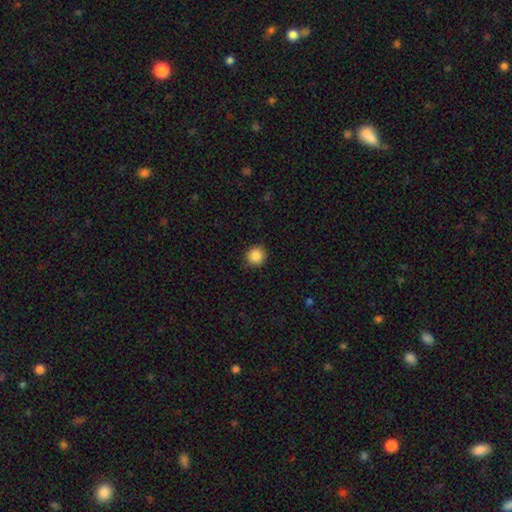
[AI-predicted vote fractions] Morphology: type=smooth (87%); roundness=round (93%); merging=none (92%).